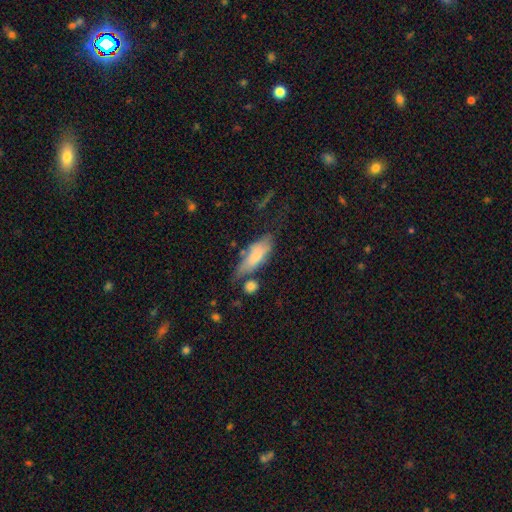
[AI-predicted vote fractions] smooth 70%, featured or disk 23%, star or artifact 7%. Down the decision tree: how rounded — in between (64%); merging — none (44%).